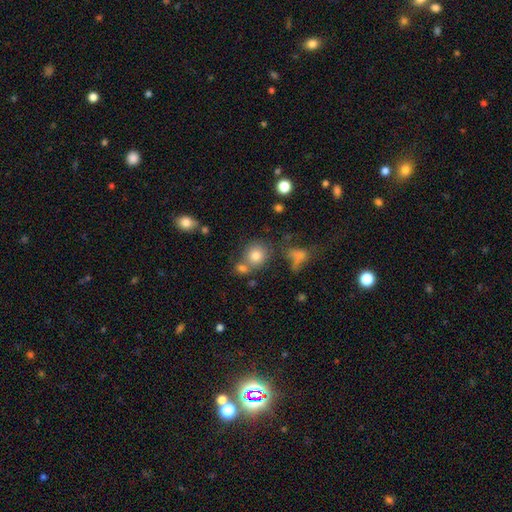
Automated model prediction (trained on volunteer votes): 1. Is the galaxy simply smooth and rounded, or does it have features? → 79% smooth, 12% star or artifact, 9% featured or disk.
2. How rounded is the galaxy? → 80% round, 19% in between, 1% cigar-shaped.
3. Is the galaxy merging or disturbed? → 59% none, 24% merger, 11% minor disturbance, 6% major disturbance.